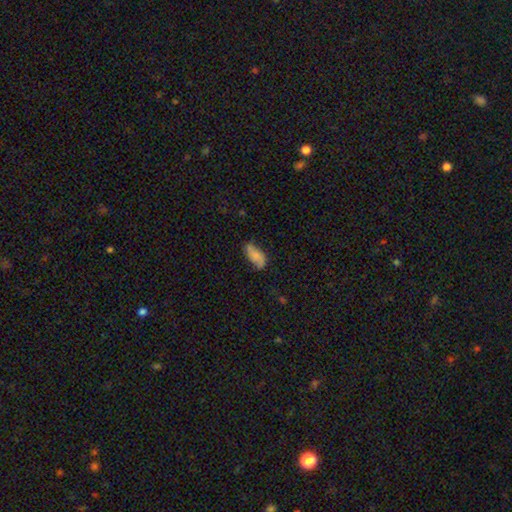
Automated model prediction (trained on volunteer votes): Q: Smooth or featured?
A: smooth (67%); runner-up: featured or disk (26%)
Q: How rounded?
A: in between (88%); runner-up: cigar-shaped (9%)
Q: Merging?
A: none (60%); runner-up: minor disturbance (29%)